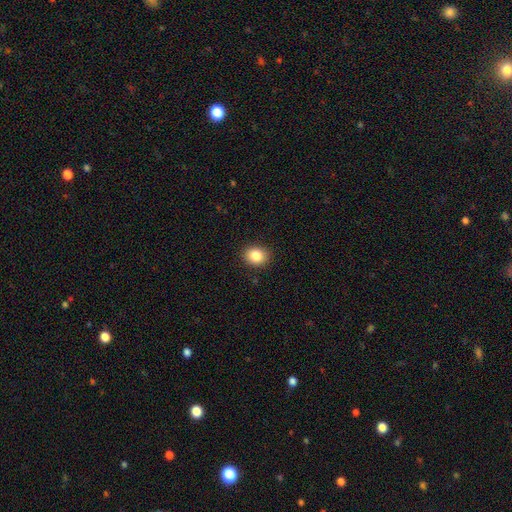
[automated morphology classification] A smooth galaxy with no disk features (85%) that is round (60%). Merging: none (90%).